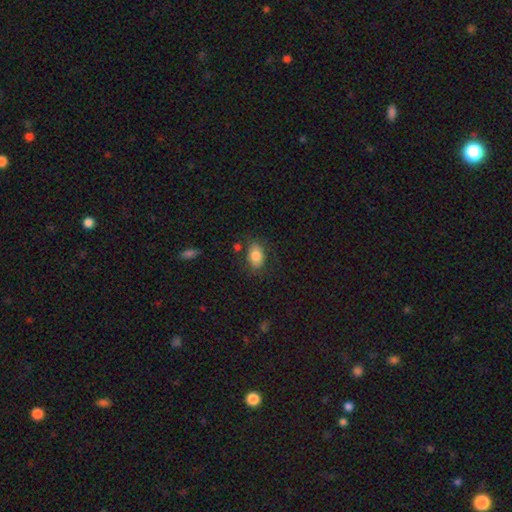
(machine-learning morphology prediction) smooth-or-featured: smooth: 81% | featured or disk: 11% | star or artifact: 8%
  how-rounded: in between: 86% | round: 13% | cigar-shaped: 1%
  merging: none: 72% | minor disturbance: 18% | major disturbance: 6% | merger: 4%